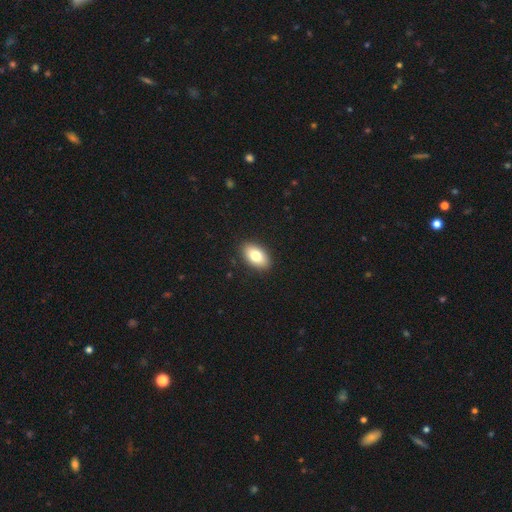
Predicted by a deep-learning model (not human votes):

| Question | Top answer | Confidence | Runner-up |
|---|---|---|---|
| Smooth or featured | smooth | 80% | featured or disk (13%) |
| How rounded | in between | 92% | round (6%) |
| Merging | none | 90% | minor disturbance (7%) |